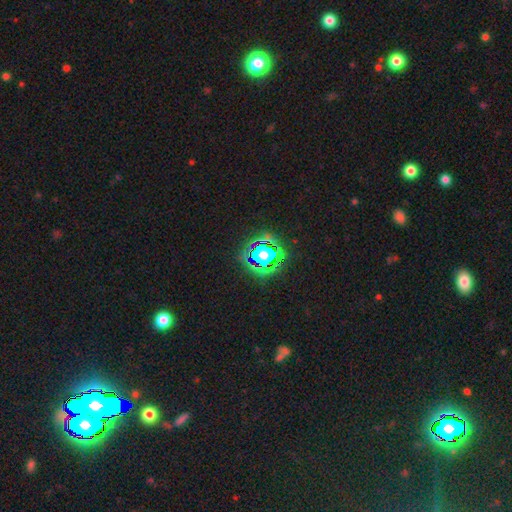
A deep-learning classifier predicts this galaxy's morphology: Smooth or featured: star or artifact — 82% (smooth — 12%)